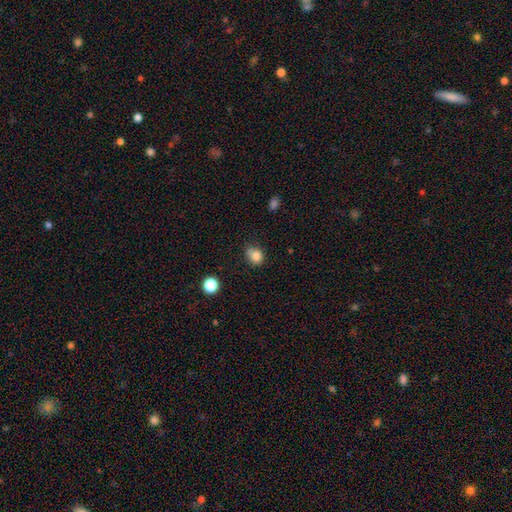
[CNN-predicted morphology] A smooth galaxy with no disk features (82%) that is round (65%). Merging: none (57%).